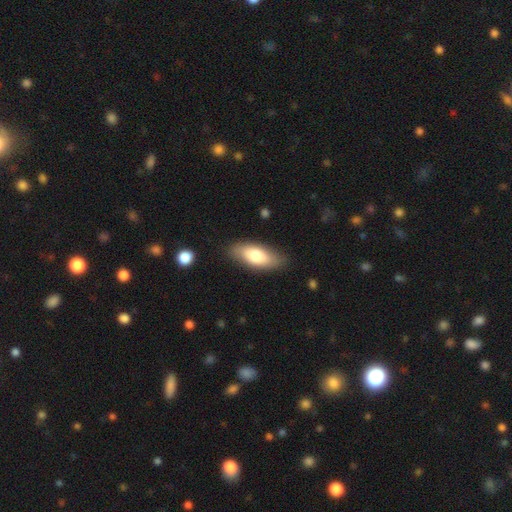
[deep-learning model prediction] The model was most divided on "smooth or featured": smooth: 74%, featured or disk: 20%, star or artifact: 6%. More confident: merging — none (83%); how rounded — in between (81%).